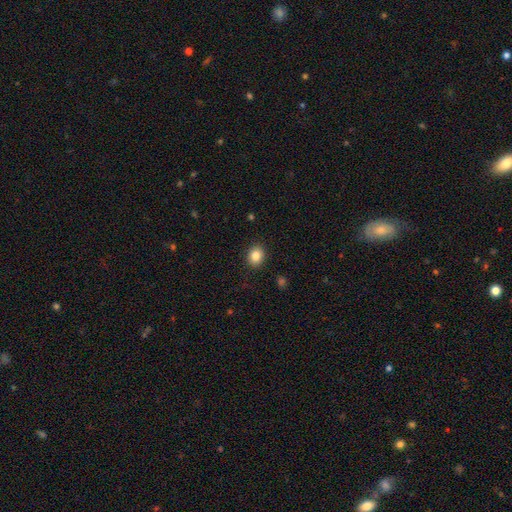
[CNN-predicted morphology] Smooth or featured: smooth — 85% (star or artifact — 9%)
How rounded: round — 59% (in between — 40%)
Merging: none — 90% (minor disturbance — 7%)